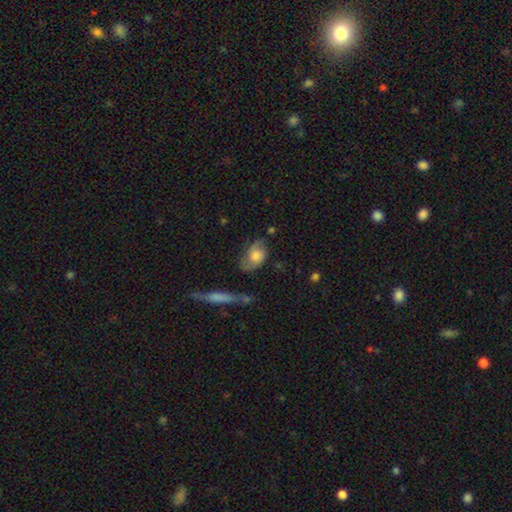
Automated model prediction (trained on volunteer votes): Smooth or featured? featured or disk (48%)
Merging? none (53%)